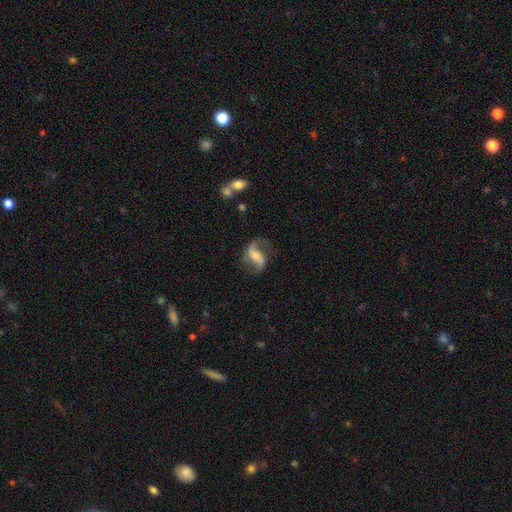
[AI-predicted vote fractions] Q: Smooth or featured?
A: featured or disk (81%); runner-up: smooth (13%)
Q: Edge-on disk?
A: no (96%); runner-up: yes (4%)
Q: Bar?
A: weak (38%); runner-up: strong (34%)
Q: Spiral arms?
A: yes (94%); runner-up: no (6%)
Q: Spiral winding?
A: loose (66%); runner-up: medium (27%)
Q: Spiral arm count?
A: 2 (85%); runner-up: 1 (9%)
Q: Bulge size?
A: small (43%); runner-up: moderate (42%)
Q: Merging?
A: none (66%); runner-up: minor disturbance (18%)